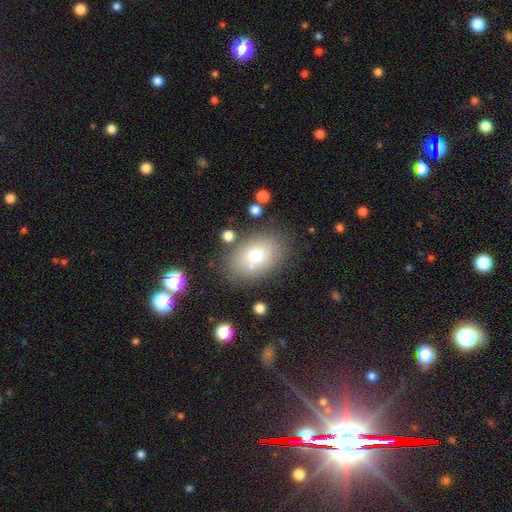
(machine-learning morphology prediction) smooth 71%, featured or disk 18%, star or artifact 11%. Down the decision tree: how rounded — in between (79%); merging — none (75%).